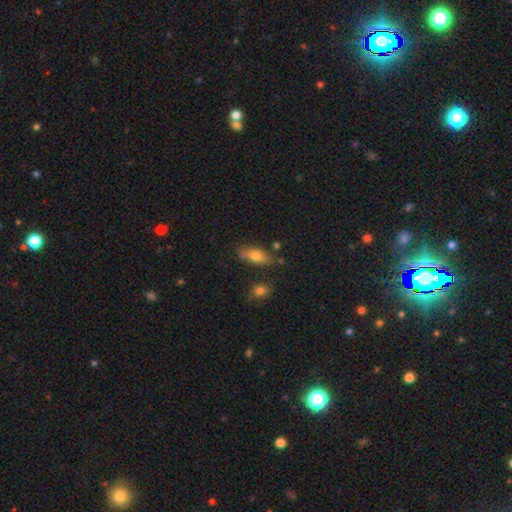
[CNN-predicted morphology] smooth_or_featured: smooth (p=0.71) [alt: featured or disk p=0.21]
how_rounded: in between (p=0.70) [alt: cigar-shaped p=0.27]
merging: none (p=0.71) [alt: minor disturbance p=0.18]